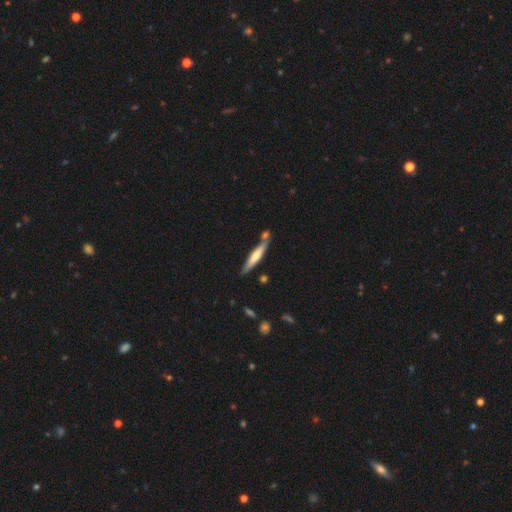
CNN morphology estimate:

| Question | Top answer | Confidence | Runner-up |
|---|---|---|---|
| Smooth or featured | featured or disk | 47% | tied: smooth (47%) |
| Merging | none | 73% | minor disturbance (12%) |